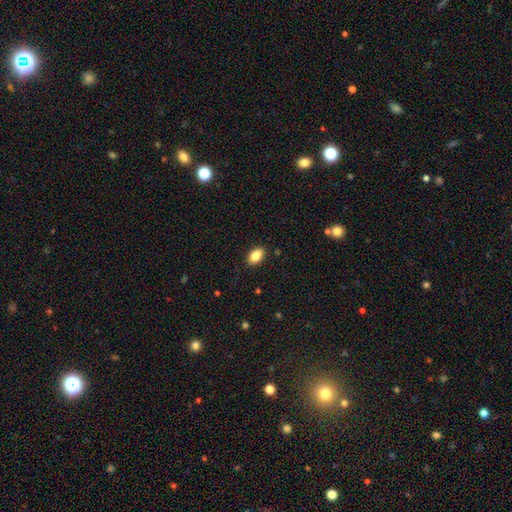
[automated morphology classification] A smooth galaxy with no disk features (86%) that is in between round and cigar-shaped (91%). Merging: none (89%).